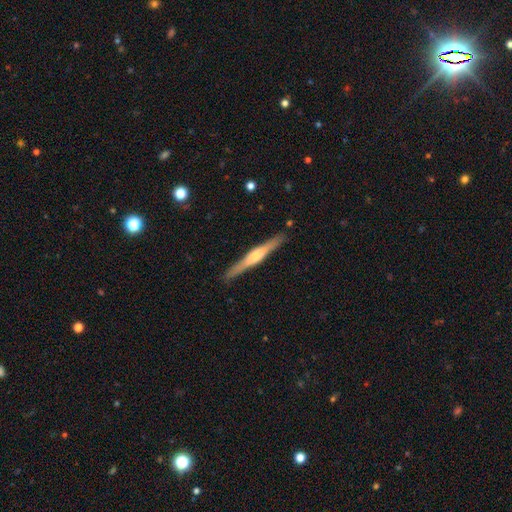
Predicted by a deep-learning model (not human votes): Q: Smooth or featured?
A: featured or disk (69%); runner-up: smooth (26%)
Q: Edge-on disk?
A: yes (97%); runner-up: no (3%)
Q: Edge-on bulge?
A: rounded (83%); runner-up: boxy (9%)
Q: Merging?
A: none (90%); runner-up: minor disturbance (7%)